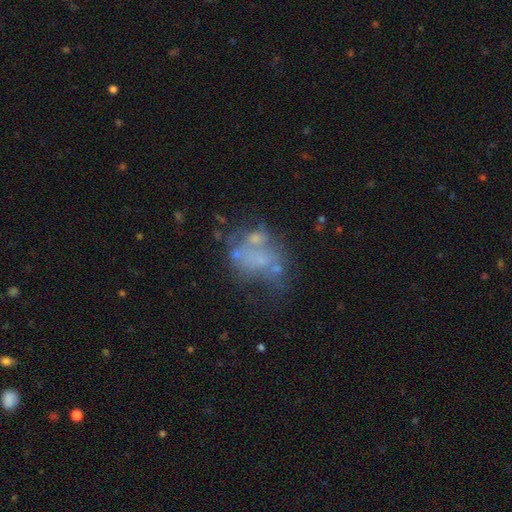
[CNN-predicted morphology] Smooth or featured?
  - featured or disk: 54% *
  - smooth: 28%
  - star or artifact: 18%
Edge-on disk?
  - no: 98% *
  - yes: 2%
Bar?
  - no: 91% *
  - weak: 7%
  - strong: 2%
Spiral arms?
  - no: 93% *
  - yes: 7%
Bulge size?
  - none: 71% *
  - small: 18%
  - moderate: 8%
  - large: 2%
  - dominant: 1%
Merging?
  - none: 34% *
  - major disturbance: 26%
  - merger: 22%
  - minor disturbance: 18%